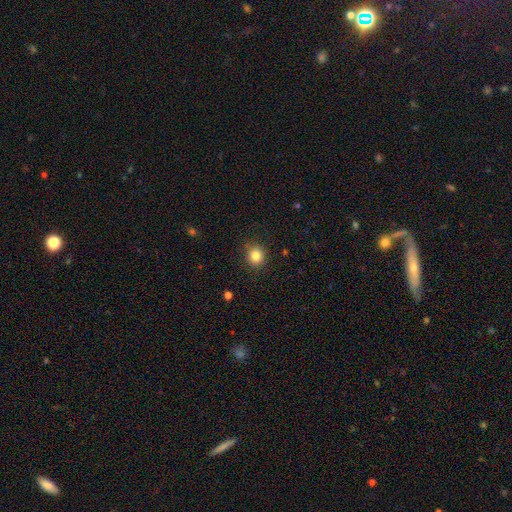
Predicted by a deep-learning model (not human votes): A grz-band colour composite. It shows a smooth galaxy with no disk features (83%) that is round (88%). Merging: none (88%).